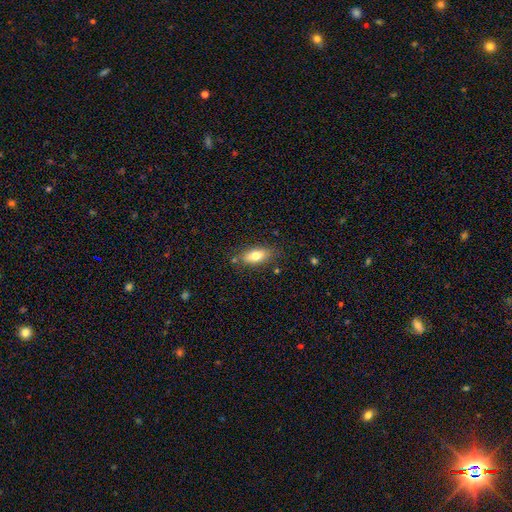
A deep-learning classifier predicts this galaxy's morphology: This appears to be a smooth galaxy with no disk features (73%) that is in between round and cigar-shaped (81%). Merging: none (76%).